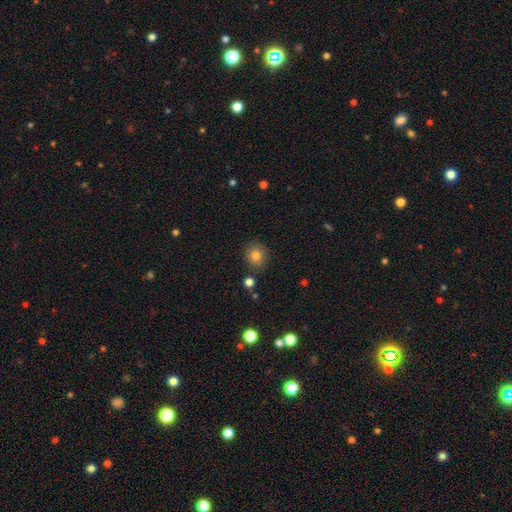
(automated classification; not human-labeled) Overall: smooth (81%). How rounded: round (76%). Merging: none (83%).